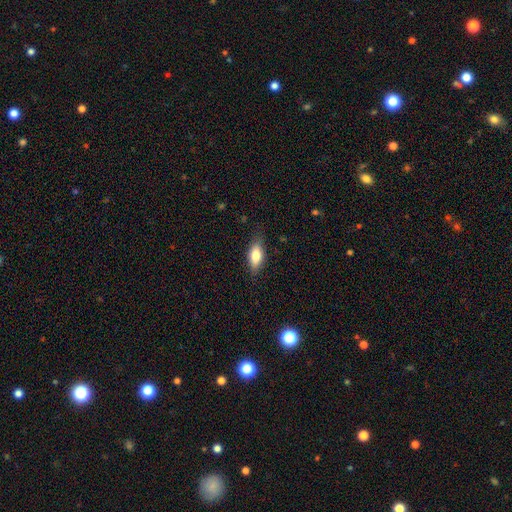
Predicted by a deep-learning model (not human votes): This appears to be a smooth galaxy with no disk features (75%) that is in between round and cigar-shaped (79%). Merging: none (79%).